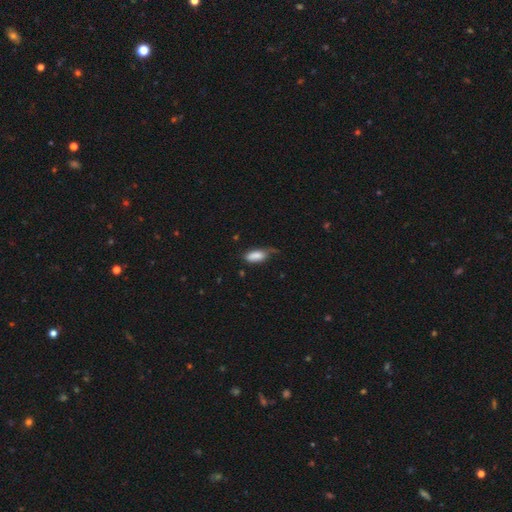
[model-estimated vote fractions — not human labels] Q: Smooth or featured?
A: smooth (82%); runner-up: featured or disk (11%)
Q: How rounded?
A: in between (81%); runner-up: cigar-shaped (16%)
Q: Merging?
A: minor disturbance (39%); runner-up: none (37%)